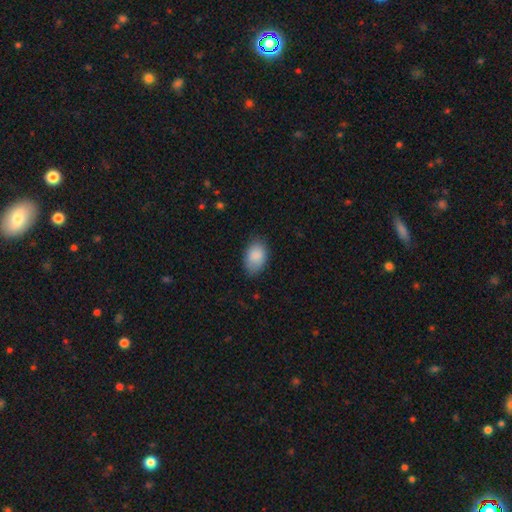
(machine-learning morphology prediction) Smooth or featured? Predicted: smooth (p=0.88). How rounded? Predicted: in between (p=0.89). Merging? Predicted: none (p=0.75).